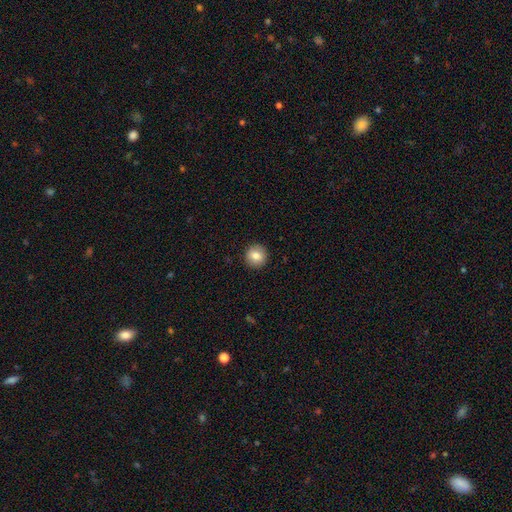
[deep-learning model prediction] Smooth or featured? Predicted: smooth (p=0.84). How rounded? Predicted: round (p=0.93). Merging? Predicted: none (p=0.92).